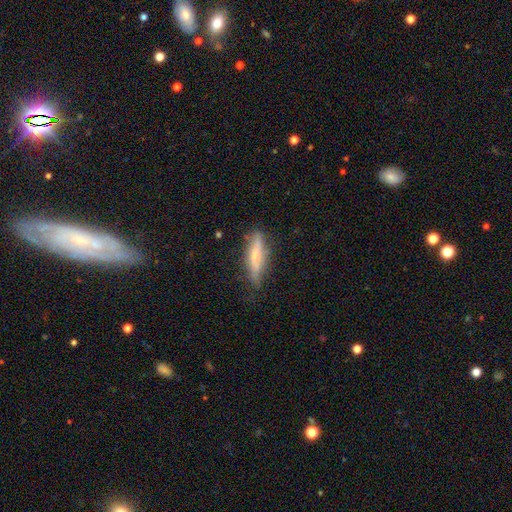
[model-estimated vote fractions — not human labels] The model was most divided on "smooth or featured": smooth: 51%, featured or disk: 42%, star or artifact: 7%. More confident: how rounded — cigar-shaped (77%); merging — none (70%).